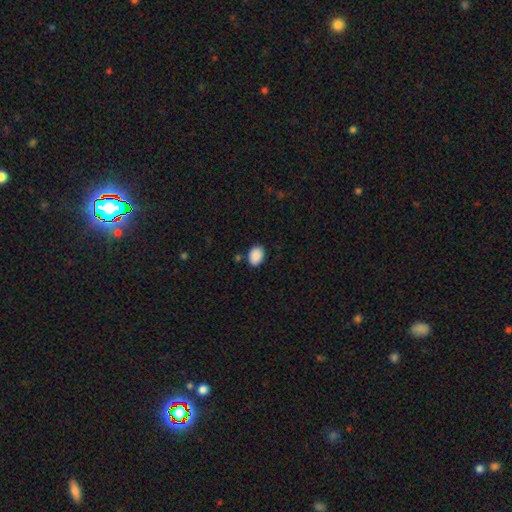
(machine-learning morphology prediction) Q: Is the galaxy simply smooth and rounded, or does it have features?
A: smooth — 89%.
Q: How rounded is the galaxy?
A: in between — 79%.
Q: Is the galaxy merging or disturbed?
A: none — 81%.